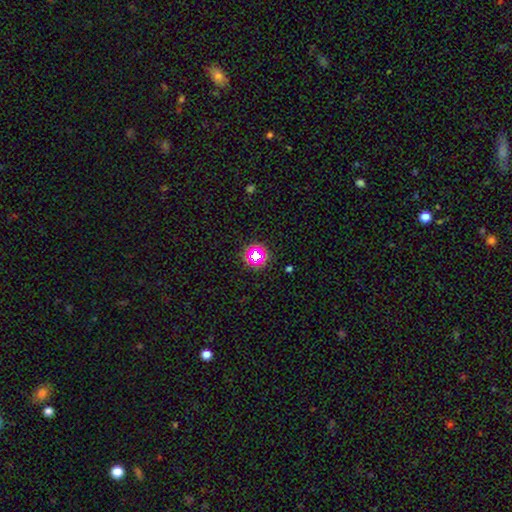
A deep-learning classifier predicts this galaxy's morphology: Smooth or featured? star or artifact (50%)